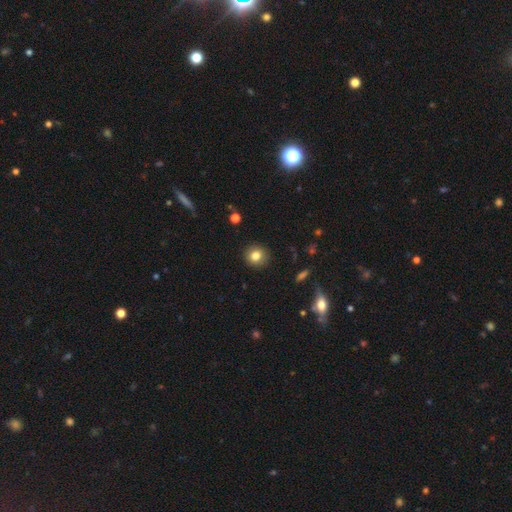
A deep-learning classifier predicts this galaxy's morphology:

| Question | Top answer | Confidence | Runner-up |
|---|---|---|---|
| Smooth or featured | smooth | 81% | star or artifact (11%) |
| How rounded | round | 90% | in between (9%) |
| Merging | none | 91% | minor disturbance (6%) |